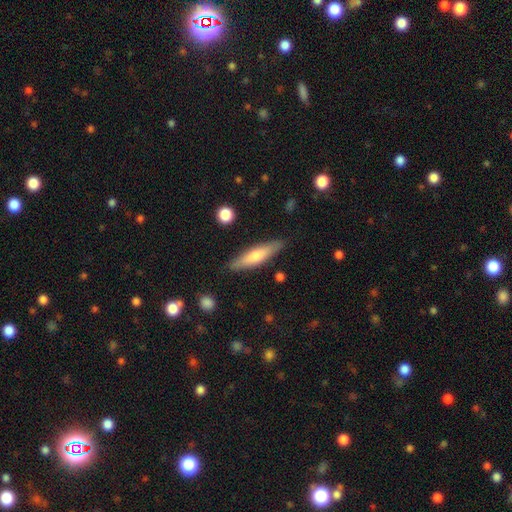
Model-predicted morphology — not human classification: Smooth or featured: smooth — 60% (featured or disk — 35%)
How rounded: cigar-shaped — 78% (in between — 20%)
Merging: none — 85% (minor disturbance — 11%)